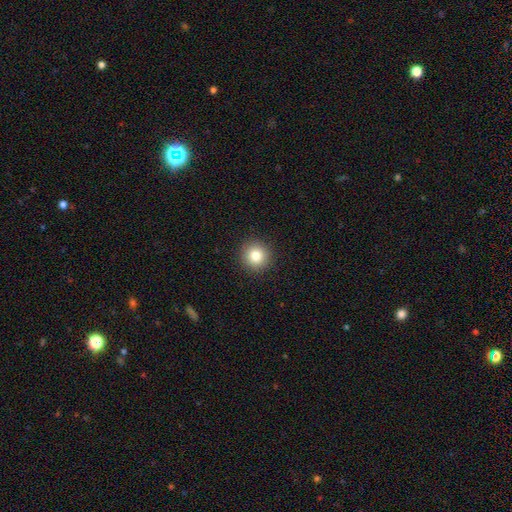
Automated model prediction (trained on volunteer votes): Morphology: type=smooth (81%); roundness=round (94%); merging=none (92%).